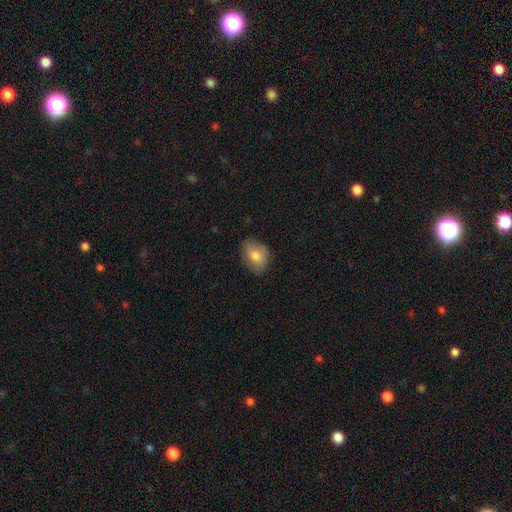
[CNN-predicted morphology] smooth-or-featured: smooth: 74% | featured or disk: 18% | star or artifact: 8%
  how-rounded: in between: 69% | round: 30% | cigar-shaped: 1%
  merging: none: 74% | minor disturbance: 21% | major disturbance: 4% | merger: 1%